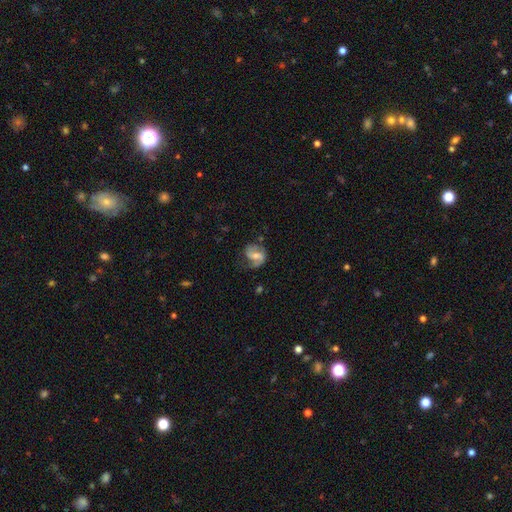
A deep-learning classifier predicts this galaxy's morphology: smooth_or_featured: featured or disk (p=0.68) [alt: smooth p=0.25]
disk_edge_on: no (p=0.97) [alt: yes p=0.03]
bar: weak (p=0.45) [alt: strong p=0.31]
has_spiral_arms: yes (p=0.87) [alt: no p=0.13]
spiral_winding: medium (p=0.44) [alt: loose p=0.34]
spiral_arm_count: 2 (p=0.69) [alt: 1 p=0.20]
bulge_size: moderate (p=0.50) [alt: small p=0.38]
merging: none (p=0.54) [alt: minor disturbance p=0.24]